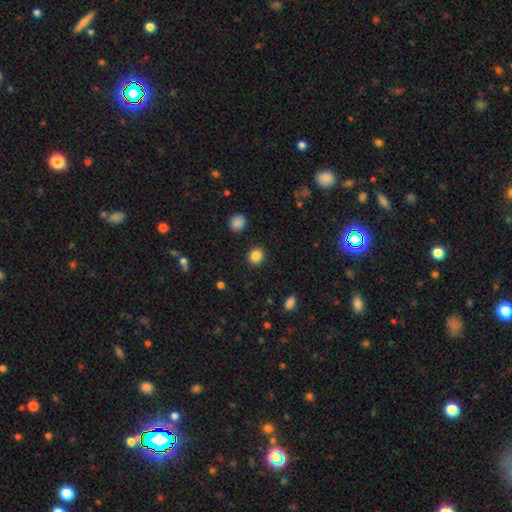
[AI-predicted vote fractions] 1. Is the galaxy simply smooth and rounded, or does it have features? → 86% smooth, 11% star or artifact, 4% featured or disk.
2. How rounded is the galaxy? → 83% round, 16% in between, 1% cigar-shaped.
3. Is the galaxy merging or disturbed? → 91% none, 5% minor disturbance, 2% major disturbance, 1% merger.